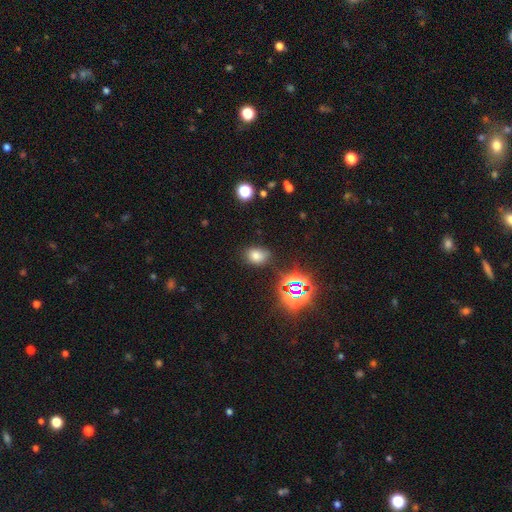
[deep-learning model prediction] A smooth galaxy with no disk features (69%) that is in between round and cigar-shaped (66%). Merging: none (77%).